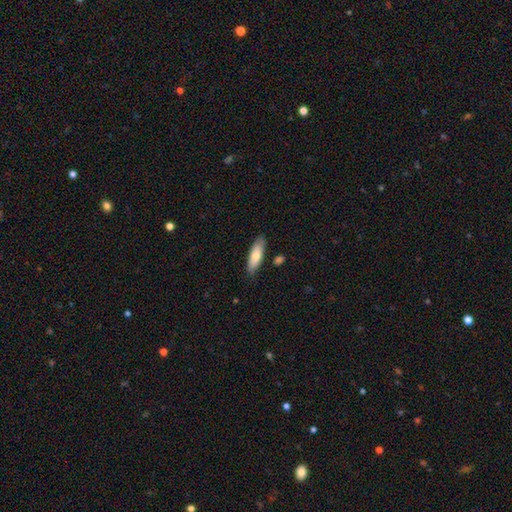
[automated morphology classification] type=smooth (74%); roundness=in between (56%); merging=none (82%).